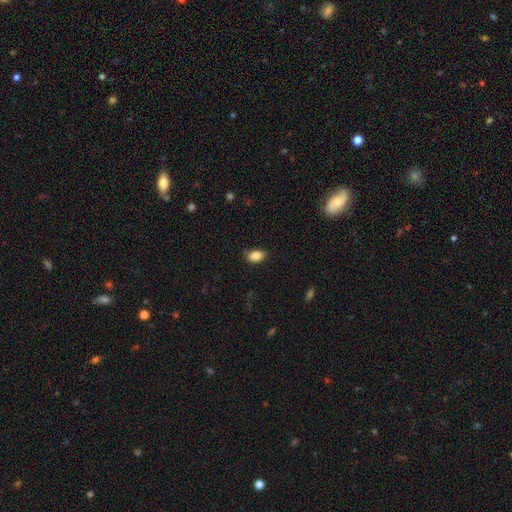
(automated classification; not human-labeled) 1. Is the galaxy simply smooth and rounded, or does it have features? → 86% smooth, 8% star or artifact, 6% featured or disk.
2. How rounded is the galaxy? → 89% in between, 9% round, 2% cigar-shaped.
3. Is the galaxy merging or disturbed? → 80% none, 15% minor disturbance, 3% major disturbance, 2% merger.